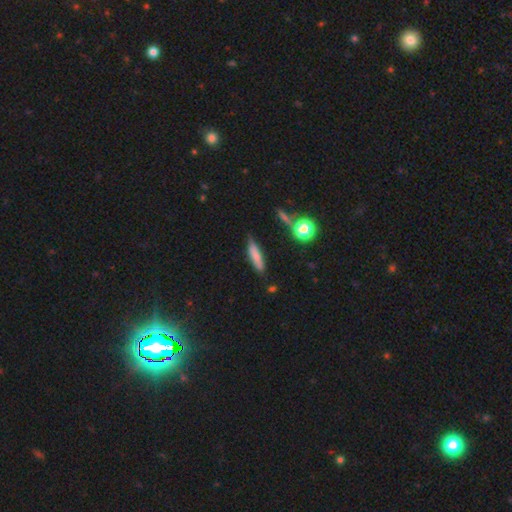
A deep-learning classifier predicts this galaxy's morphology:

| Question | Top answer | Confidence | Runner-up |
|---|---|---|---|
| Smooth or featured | smooth | 74% | featured or disk (16%) |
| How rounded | cigar-shaped | 76% | in between (22%) |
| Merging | none | 75% | minor disturbance (18%) |